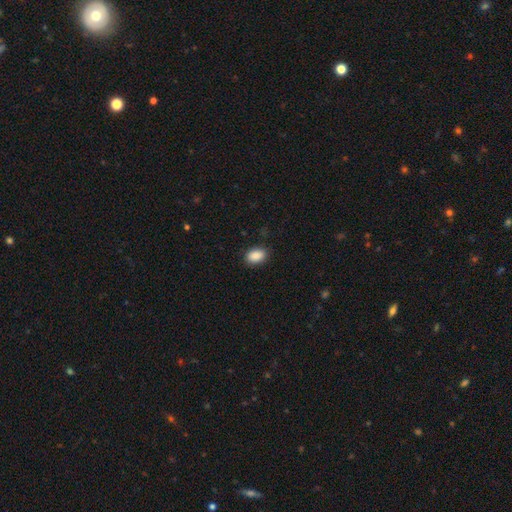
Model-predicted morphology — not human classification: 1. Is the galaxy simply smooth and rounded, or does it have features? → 90% smooth, 7% star or artifact, 3% featured or disk.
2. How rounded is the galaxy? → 88% in between, 11% round, 1% cigar-shaped.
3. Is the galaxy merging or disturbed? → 87% none, 9% minor disturbance, 2% major disturbance, 1% merger.